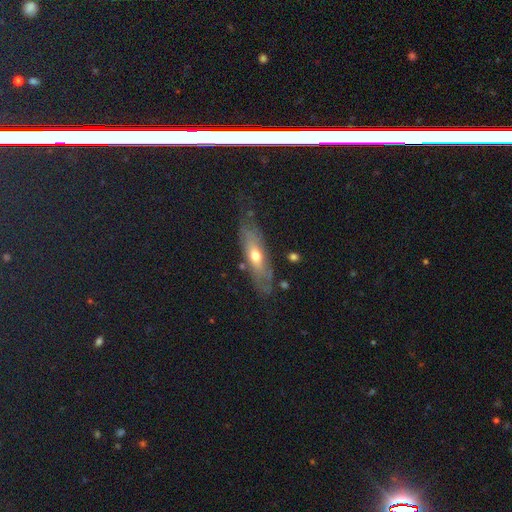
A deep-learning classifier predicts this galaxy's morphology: This appears to be a featured or disk galaxy (53%). Merging: none (68%).